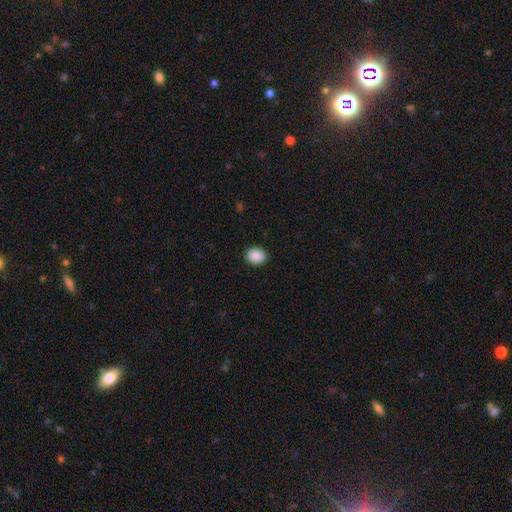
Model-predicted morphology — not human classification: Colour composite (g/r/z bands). It shows a smooth galaxy with no disk features (90%) that is round (63%). Merging: none (90%).